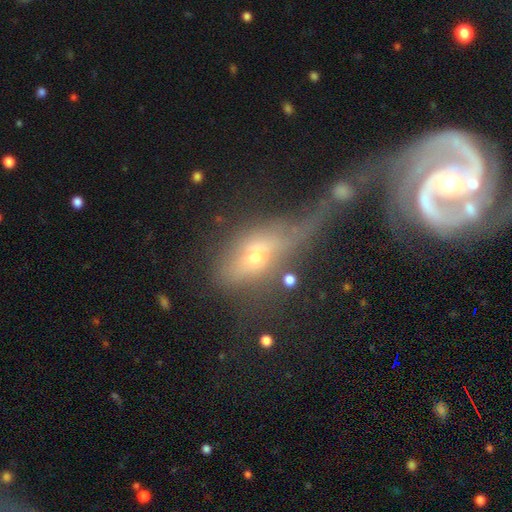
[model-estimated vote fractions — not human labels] Q: Smooth or featured?
A: featured or disk (49%); runner-up: smooth (36%)
Q: Merging?
A: merger (41%); runner-up: major disturbance (31%)